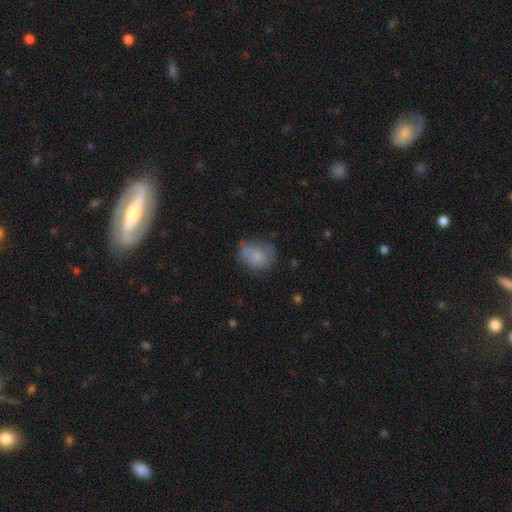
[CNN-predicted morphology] Smooth or featured?
  - smooth: 75% *
  - featured or disk: 16%
  - star or artifact: 9%
How rounded?
  - in between: 60% *
  - round: 39%
  - cigar-shaped: 1%
Merging?
  - none: 51% *
  - minor disturbance: 32%
  - major disturbance: 14%
  - merger: 4%